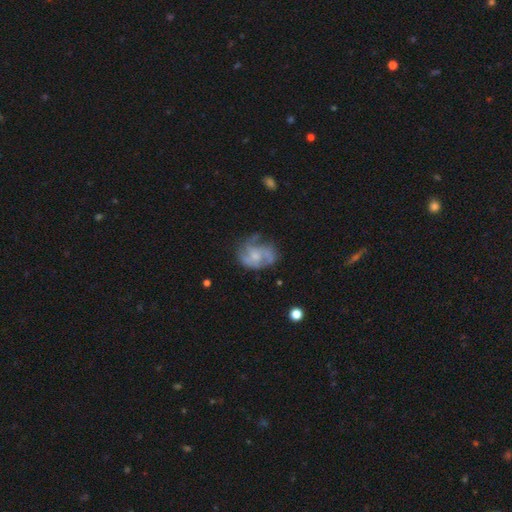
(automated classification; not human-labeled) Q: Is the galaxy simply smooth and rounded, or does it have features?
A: featured or disk — 69%.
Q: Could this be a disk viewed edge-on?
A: no — 98%.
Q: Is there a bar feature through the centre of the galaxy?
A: no — 72%.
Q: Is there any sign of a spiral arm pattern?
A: yes — 75%.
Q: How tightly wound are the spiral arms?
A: medium — 46%.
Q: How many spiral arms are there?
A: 3 — 31%.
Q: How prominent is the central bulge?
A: small — 44%.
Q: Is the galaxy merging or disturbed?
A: none — 51%.